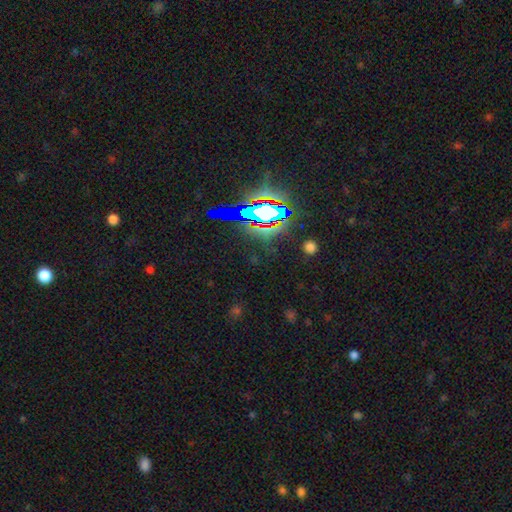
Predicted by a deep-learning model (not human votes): smooth-or-featured: star or artifact: 78% | smooth: 12% | featured or disk: 10%